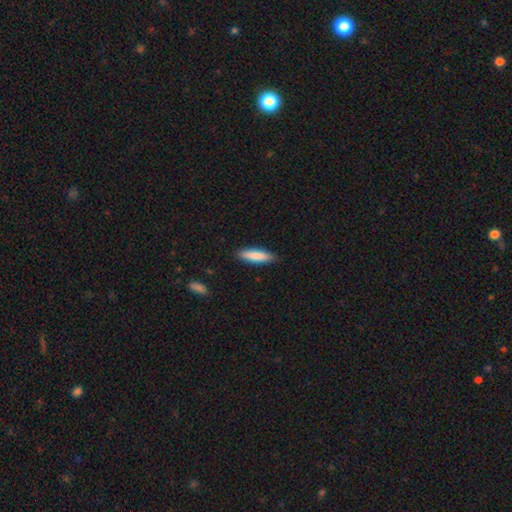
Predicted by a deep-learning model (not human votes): Smooth or featured: smooth — 85% (featured or disk — 10%)
How rounded: cigar-shaped — 68% (in between — 31%)
Merging: none — 88% (minor disturbance — 9%)